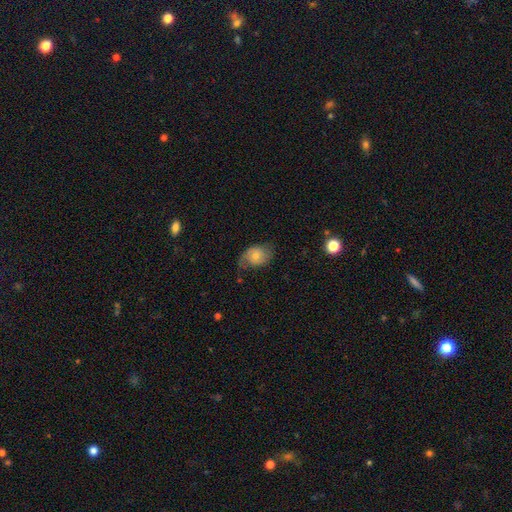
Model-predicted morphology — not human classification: This is possibly a smooth galaxy (50%). Merging: possibly none (56%).